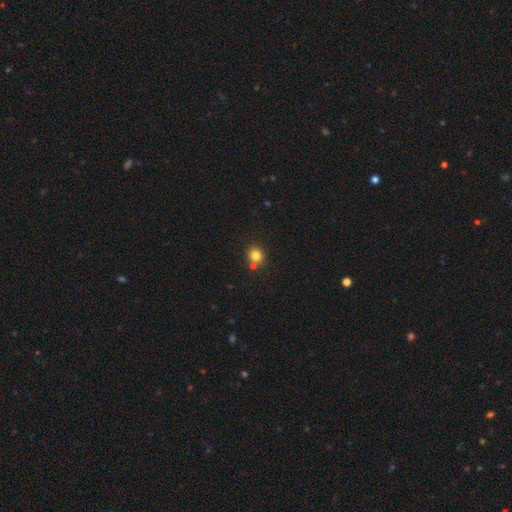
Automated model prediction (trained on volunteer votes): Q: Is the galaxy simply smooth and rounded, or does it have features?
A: smooth — 81%.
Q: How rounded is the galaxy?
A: round — 84%.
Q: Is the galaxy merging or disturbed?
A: none — 72%.